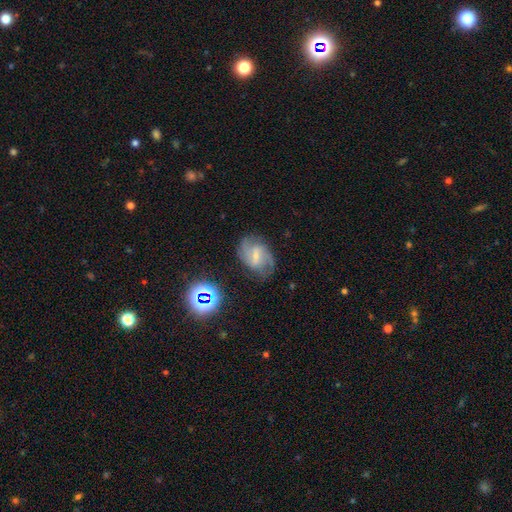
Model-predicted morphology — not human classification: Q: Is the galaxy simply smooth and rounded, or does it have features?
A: featured or disk — 71%.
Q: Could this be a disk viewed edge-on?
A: no — 96%.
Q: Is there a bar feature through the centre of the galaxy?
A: weak — 55%.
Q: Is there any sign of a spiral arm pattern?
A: yes — 91%.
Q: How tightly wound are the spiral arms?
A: medium — 48%.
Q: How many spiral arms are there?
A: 2 — 69%.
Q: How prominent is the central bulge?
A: small — 61%.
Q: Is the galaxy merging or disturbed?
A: none — 71%.